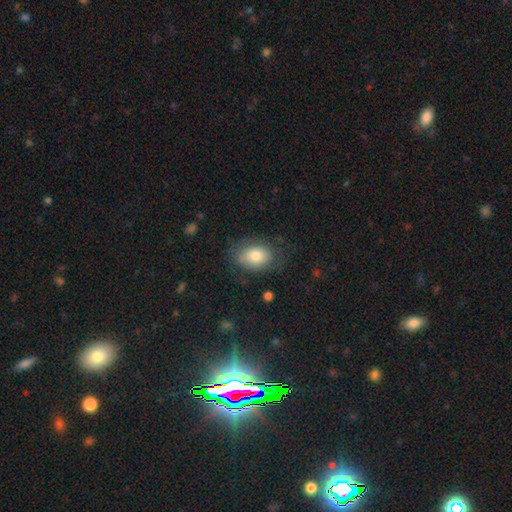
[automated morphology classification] type=smooth (75%); roundness=in between (75%); merging=none (66%).